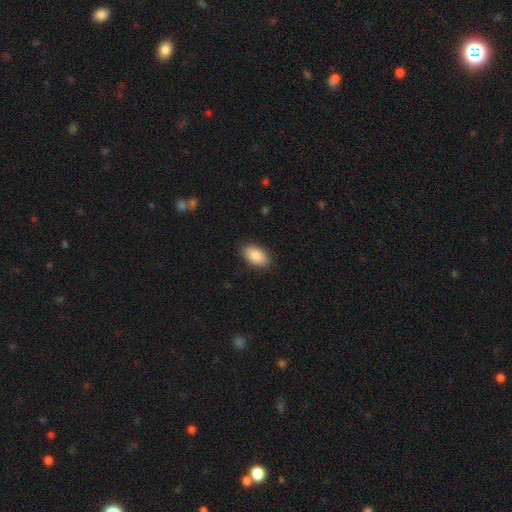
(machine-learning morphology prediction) Smooth or featured: smooth — 89% (star or artifact — 6%)
How rounded: in between — 94% (round — 4%)
Merging: none — 88% (minor disturbance — 9%)